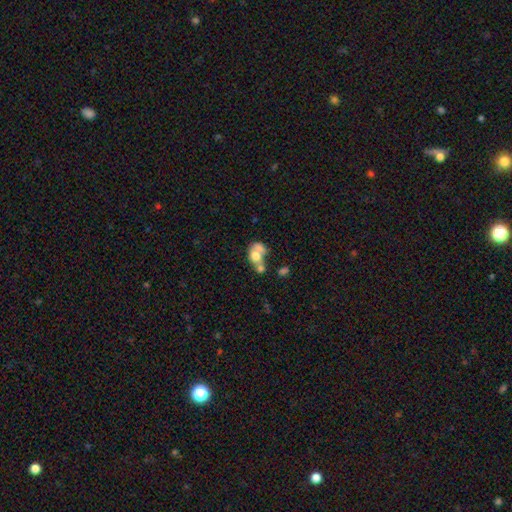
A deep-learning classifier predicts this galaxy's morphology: smooth_or_featured: smooth (p=0.62) [alt: featured or disk p=0.29]
how_rounded: in between (p=0.59) [alt: round p=0.39]
merging: merger (p=0.64) [alt: none p=0.15]